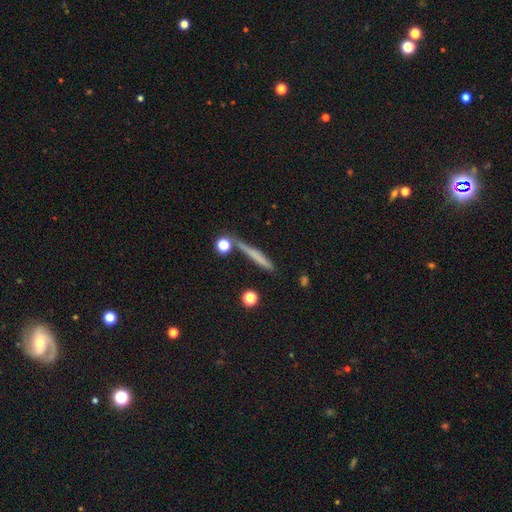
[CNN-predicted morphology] smooth-or-featured: smooth: 57% | featured or disk: 33% | star or artifact: 10%
  how-rounded: cigar-shaped: 89% | in between: 6% | round: 5%
  merging: none: 76% | minor disturbance: 12% | merger: 7% | major disturbance: 4%